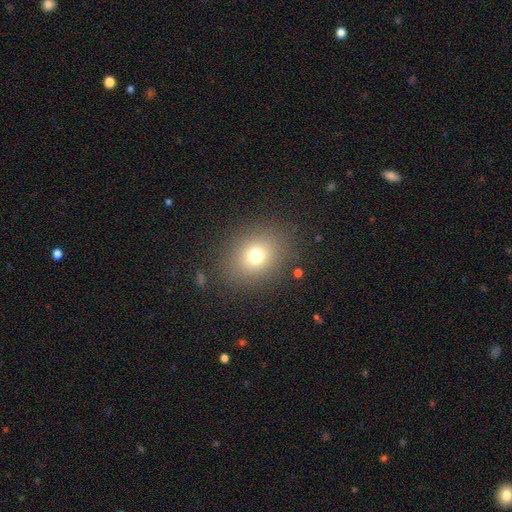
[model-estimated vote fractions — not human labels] Morphology: type=smooth (73%); roundness=round (62%); merging=none (85%).